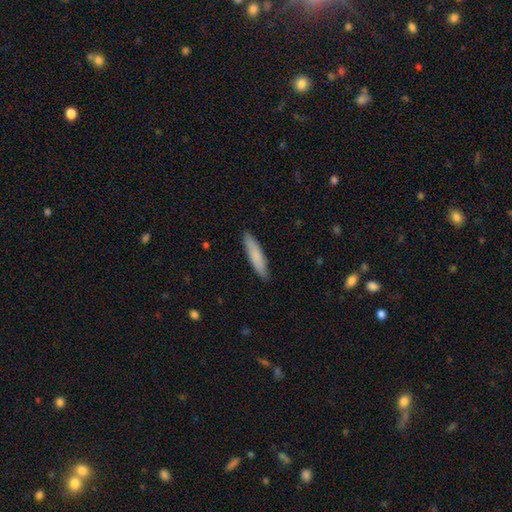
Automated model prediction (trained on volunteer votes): Overall: smooth (82%). How rounded: cigar-shaped (84%). Merging: none (89%).